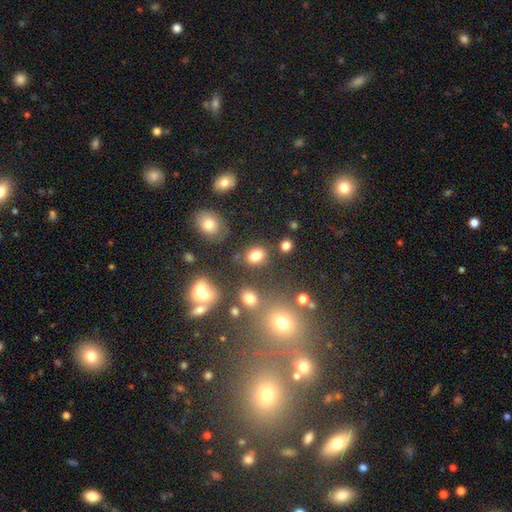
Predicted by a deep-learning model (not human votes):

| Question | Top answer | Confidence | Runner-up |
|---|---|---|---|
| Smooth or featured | smooth | 79% | star or artifact (14%) |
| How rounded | in between | 63% | round (36%) |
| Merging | none | 75% | minor disturbance (12%) |